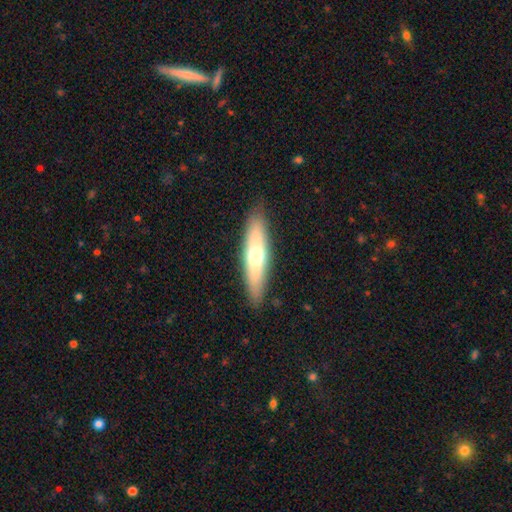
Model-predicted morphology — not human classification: This appears to be a smooth galaxy with no disk features (56%) that is cigar-shaped (75%). Merging: none (88%).